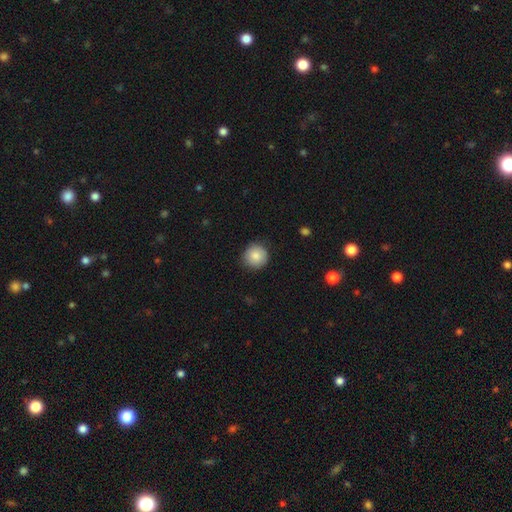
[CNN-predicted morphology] smooth-or-featured: smooth: 85% | star or artifact: 8% | featured or disk: 7%
  how-rounded: round: 94% | in between: 5% | cigar-shaped: 1%
  merging: none: 86% | minor disturbance: 11% | major disturbance: 2% | merger: 1%